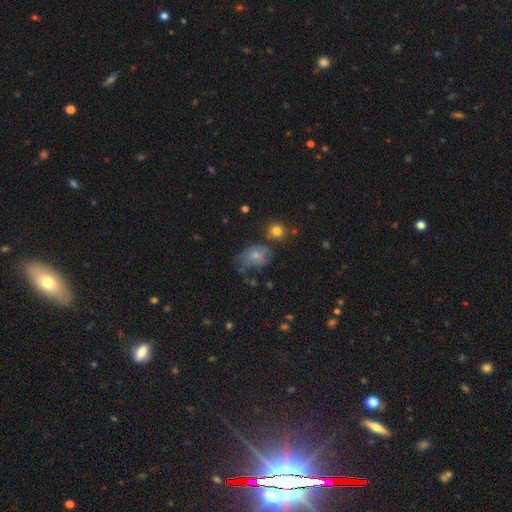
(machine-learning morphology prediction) Smooth or featured? Predicted: smooth (p=0.61). How rounded? Predicted: in between (p=0.55). Merging? Predicted: none (p=0.39).